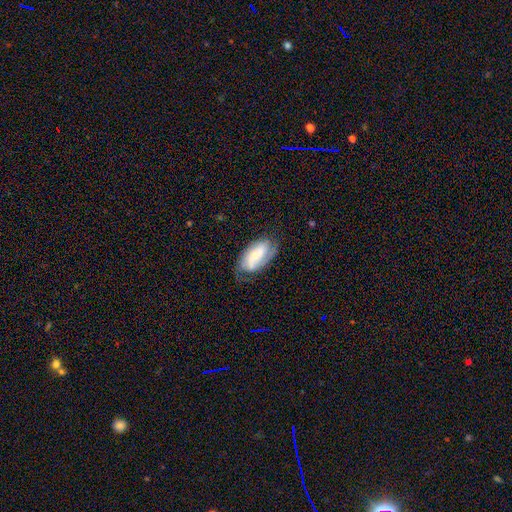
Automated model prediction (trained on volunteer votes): Smooth or featured?
  - featured or disk: 65% *
  - smooth: 28%
  - star or artifact: 7%
Edge-on disk?
  - no: 94% *
  - yes: 6%
Bar?
  - no: 39% *
  - weak: 36%
  - strong: 25%
Spiral arms?
  - yes: 88% *
  - no: 12%
Spiral winding?
  - tight: 40% * (tied)
  - medium: 40% * (tied)
  - loose: 20%
Spiral arm count?
  - 2: 65% *
  - can't tell: 20%
  - 1: 6%
  - 3: 6%
  - 4: 2%
  - more than 4: 2%
Bulge size?
  - small: 57% *
  - moderate: 31%
  - none: 5%
  - large: 5%
  - dominant: 2%
Merging?
  - none: 64% *
  - minor disturbance: 24%
  - major disturbance: 10%
  - merger: 2%